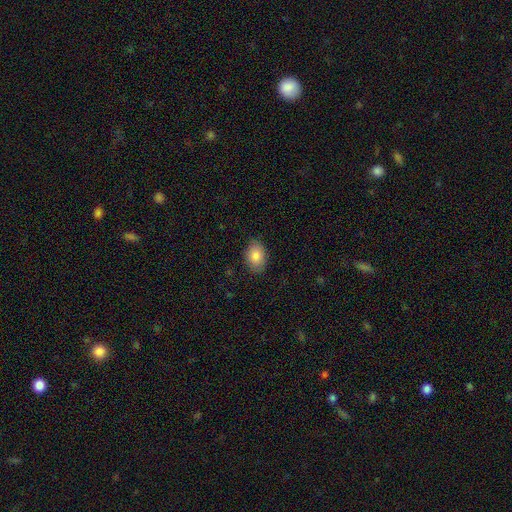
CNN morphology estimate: Overall: smooth (84%). How rounded: in between (82%). Merging: none (86%).